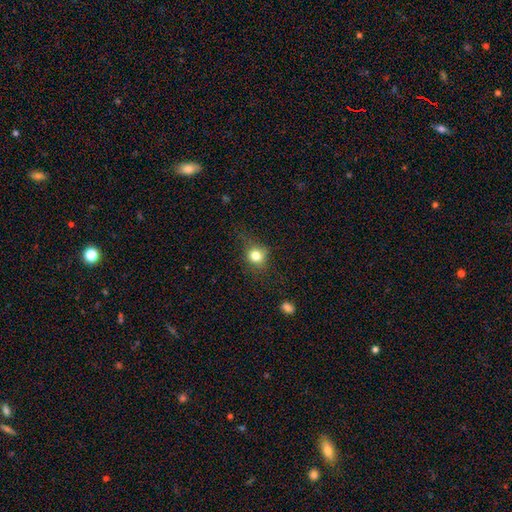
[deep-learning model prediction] Smooth or featured? smooth (79%)
How rounded? round (79%)
Merging? none (69%)